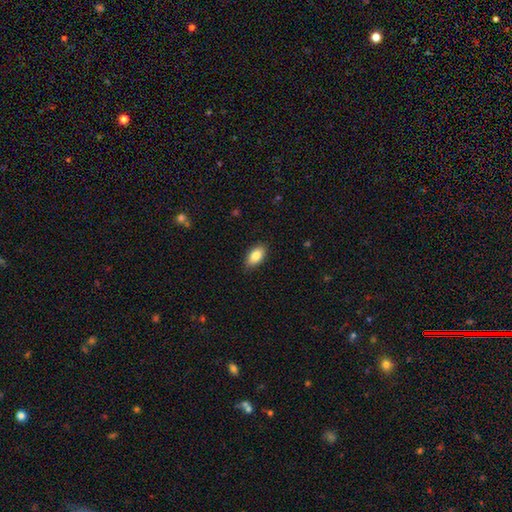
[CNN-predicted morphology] A smooth galaxy with no disk features (85%) that is in between round and cigar-shaped (91%).

Vote fractions:
- Smooth or featured? smooth: 85% / featured or disk: 8% / star or artifact: 7%
- How rounded? in between: 91% / cigar-shaped: 4% / round: 4%
- Merging? none: 86% / minor disturbance: 10% / major disturbance: 2% / merger: 1%